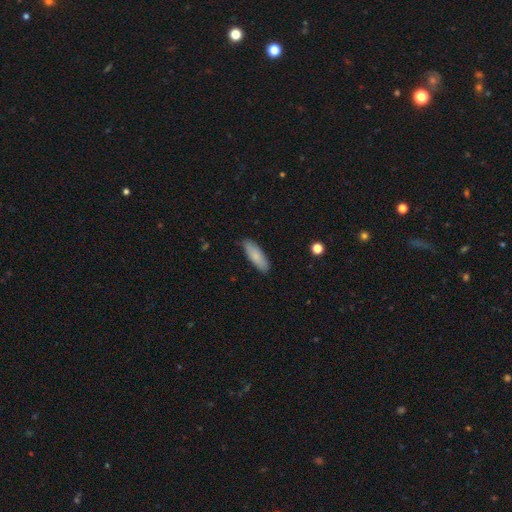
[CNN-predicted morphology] Smooth or featured: smooth — 84% (featured or disk — 11%)
How rounded: in between — 57% (cigar-shaped — 41%)
Merging: none — 86% (minor disturbance — 11%)